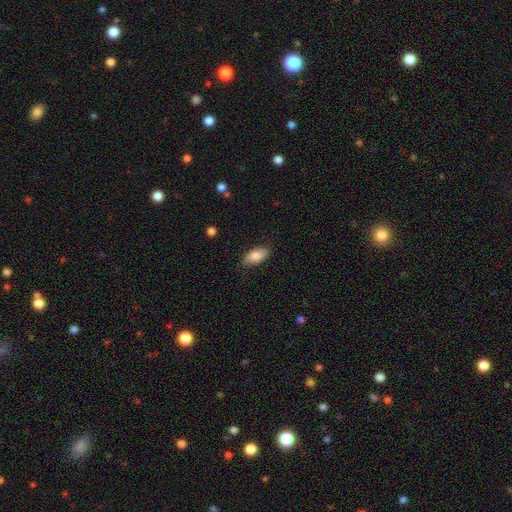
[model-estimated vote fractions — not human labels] Overall: smooth (81%). How rounded: in between (91%). Merging: none (83%).